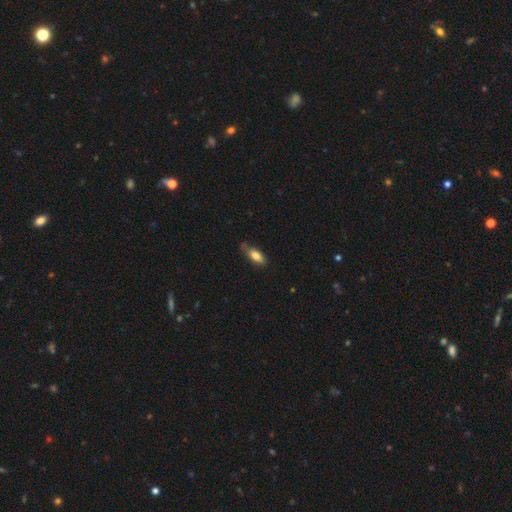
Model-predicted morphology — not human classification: smooth 79%, featured or disk 13%, star or artifact 7%. Down the decision tree: how rounded — in between (80%); merging — none (63%).